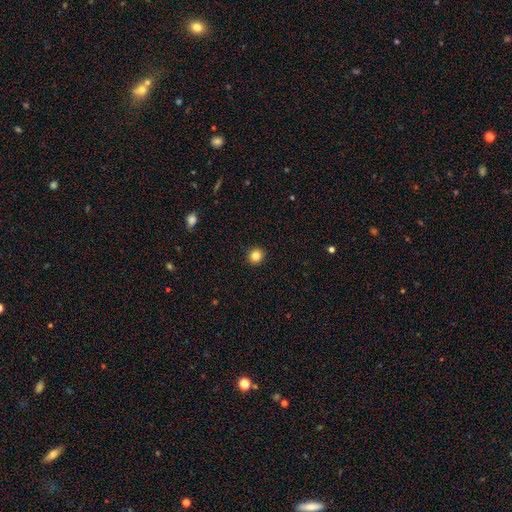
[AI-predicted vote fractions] smooth-or-featured: smooth: 84% | star or artifact: 11% | featured or disk: 5%
  how-rounded: round: 92% | in between: 7% | cigar-shaped: 1%
  merging: none: 93% | minor disturbance: 5% | major disturbance: 2% | merger: 1%